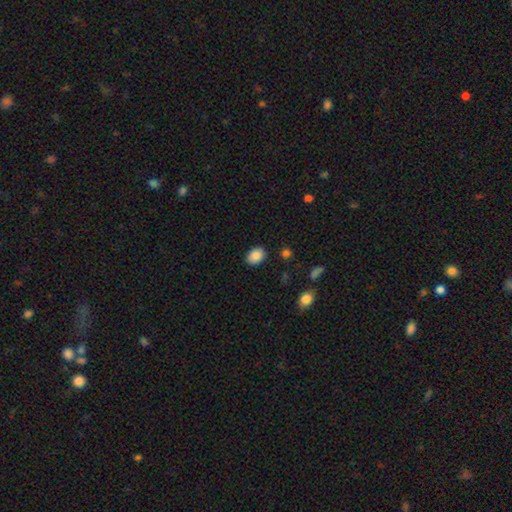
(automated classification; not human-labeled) Smooth or featured: smooth — 87% (star or artifact — 8%)
How rounded: in between — 71% (round — 28%)
Merging: none — 88% (minor disturbance — 8%)